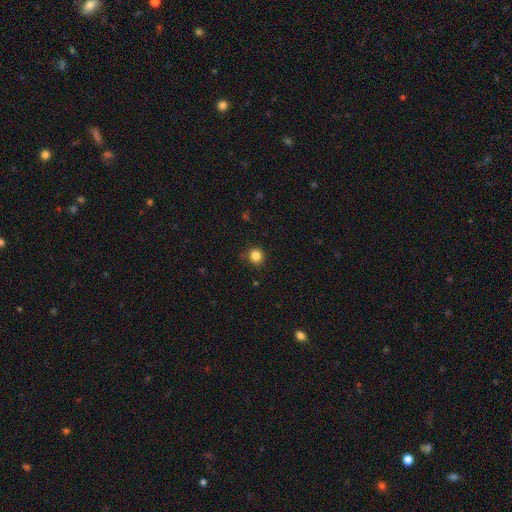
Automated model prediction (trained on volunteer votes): Overall: smooth (84%). How rounded: round (90%). Merging: none (85%).